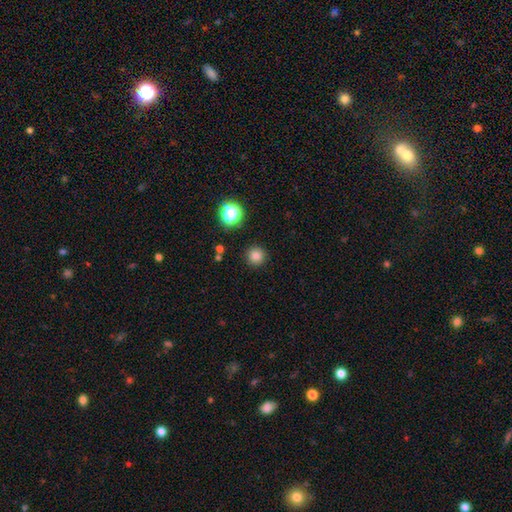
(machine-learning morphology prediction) A smooth galaxy with no disk features (80%) that is round (96%).

Vote fractions:
- Smooth or featured? smooth: 80% / star or artifact: 15% / featured or disk: 6%
- How rounded? round: 96% / in between: 3% / cigar-shaped: 1%
- Merging? none: 90% / minor disturbance: 6% / major disturbance: 2% / merger: 2%